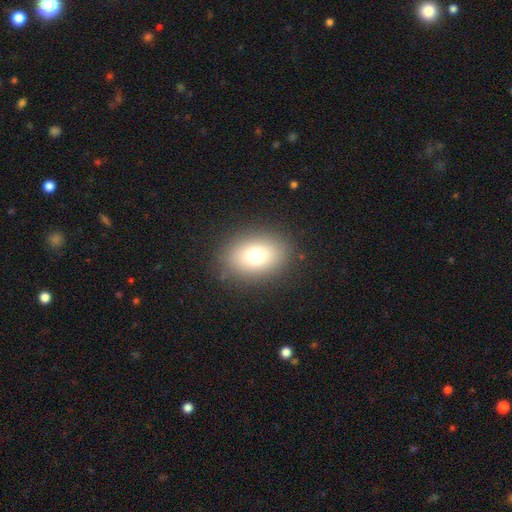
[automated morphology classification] This appears to be a smooth galaxy with no disk features (74%) that is in between round and cigar-shaped (71%). Merging: none (86%).